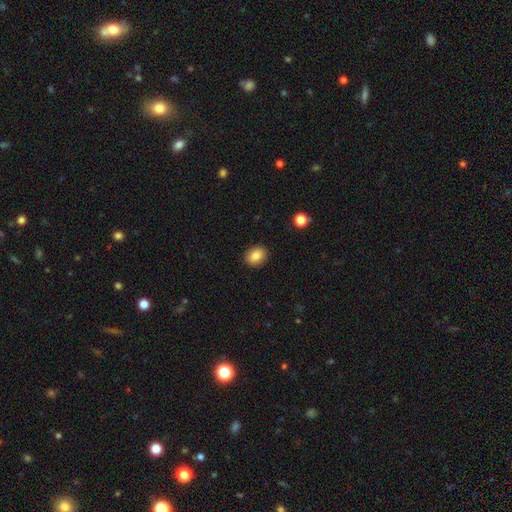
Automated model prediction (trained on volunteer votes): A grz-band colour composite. It shows a smooth galaxy with no disk features (85%) that is round (50%). Merging: none (90%).